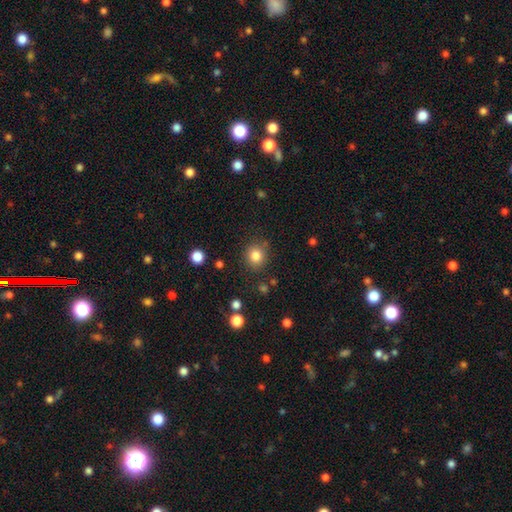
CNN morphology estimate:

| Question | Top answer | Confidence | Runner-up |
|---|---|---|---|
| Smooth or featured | smooth | 84% | star or artifact (11%) |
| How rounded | round | 87% | in between (12%) |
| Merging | none | 84% | minor disturbance (9%) |